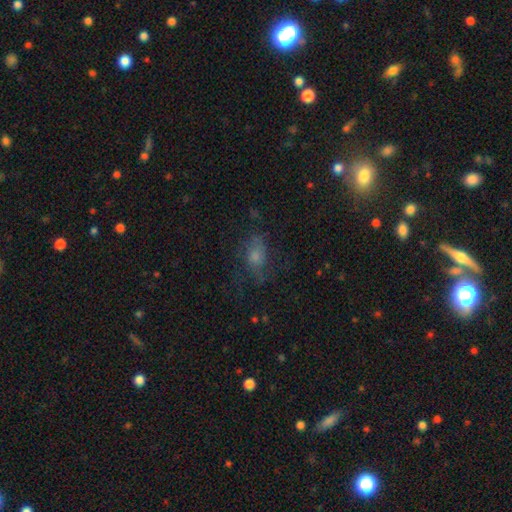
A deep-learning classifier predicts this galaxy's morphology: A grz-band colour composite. It shows a smooth galaxy with no disk features (40%). Merging: none (62%).